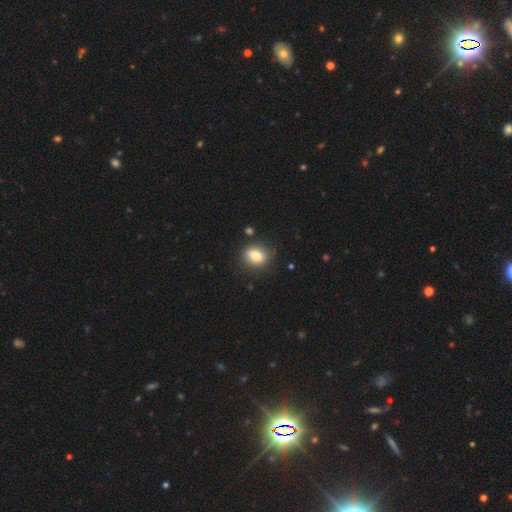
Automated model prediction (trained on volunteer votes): Morphology: type=smooth (81%); roundness=in between (66%); merging=none (82%).